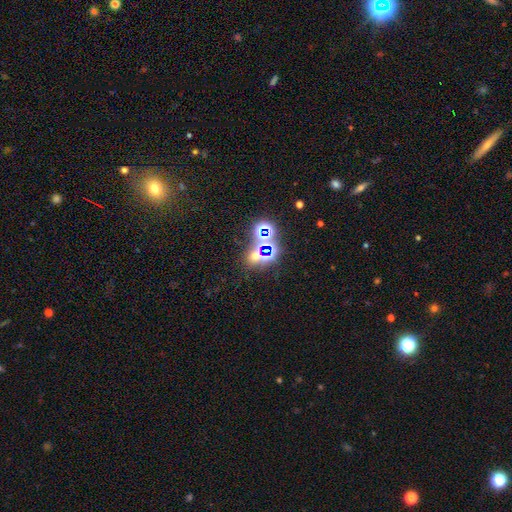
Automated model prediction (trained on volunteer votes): A star or artifact, not a galaxy (59%).